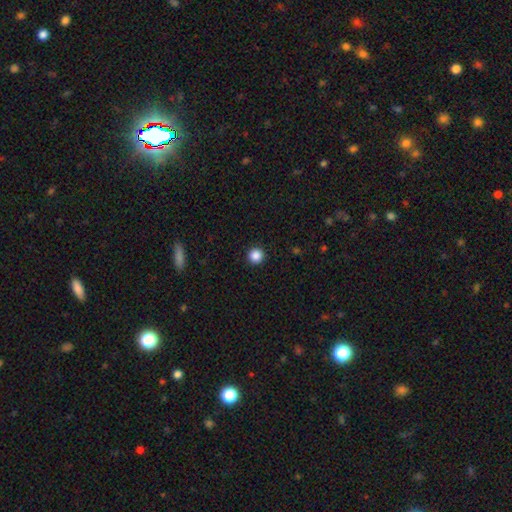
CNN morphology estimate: smooth 87%, star or artifact 10%, featured or disk 3%. Down the decision tree: how rounded — round (96%); merging — none (94%).